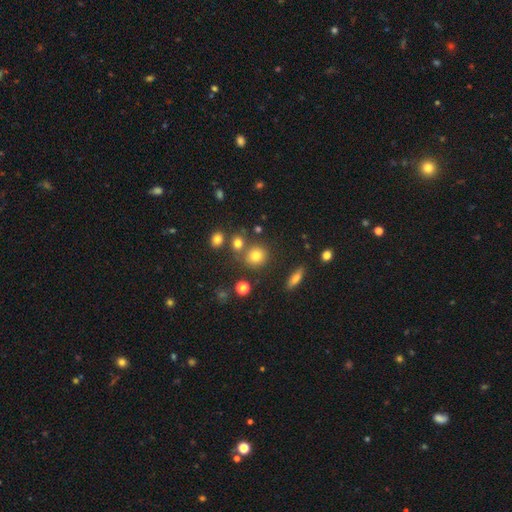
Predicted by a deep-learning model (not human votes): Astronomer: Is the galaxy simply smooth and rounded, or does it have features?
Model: smooth — 76%.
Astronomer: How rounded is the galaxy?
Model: round — 86%.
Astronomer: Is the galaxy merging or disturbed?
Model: none — 72%.